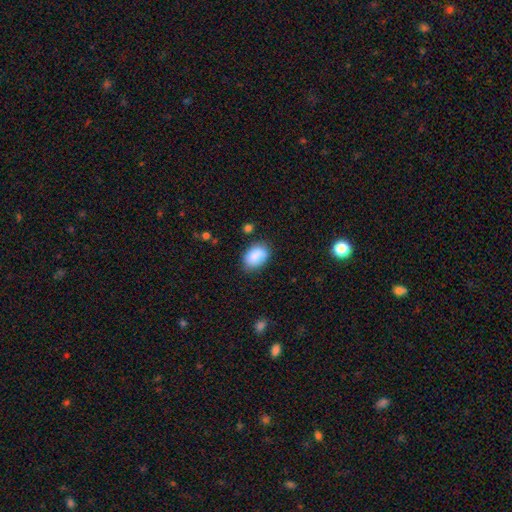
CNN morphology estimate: Smooth or featured? Predicted: smooth (p=0.86). How rounded? Predicted: in between (p=0.83). Merging? Predicted: none (p=0.74).